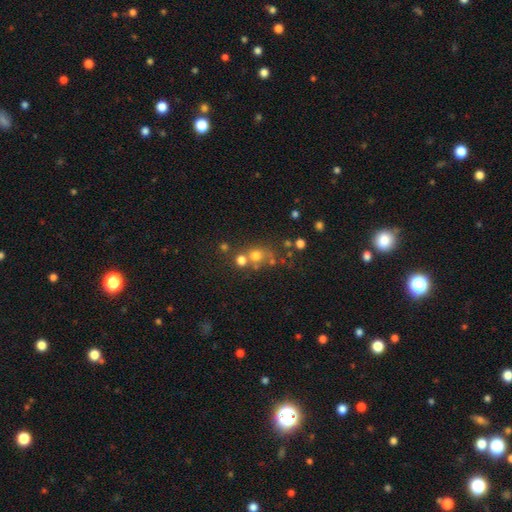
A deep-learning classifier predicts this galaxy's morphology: smooth 67%, star or artifact 20%, featured or disk 14%. Down the decision tree: how rounded — round (82%); merging — none (52%).